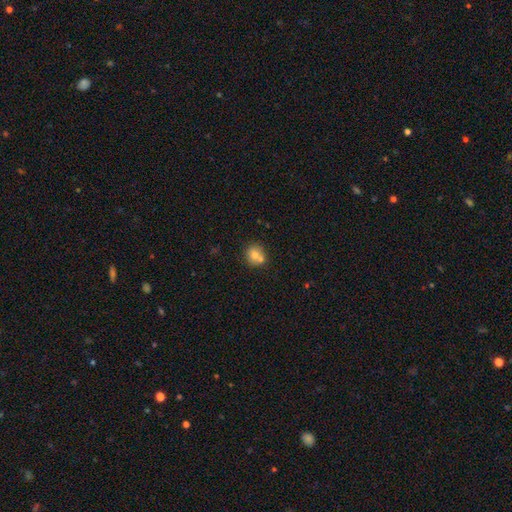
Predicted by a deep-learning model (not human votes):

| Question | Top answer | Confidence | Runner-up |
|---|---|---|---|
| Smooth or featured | smooth | 73% | featured or disk (16%) |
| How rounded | round | 72% | in between (27%) |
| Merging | none | 49% | merger (37%) |